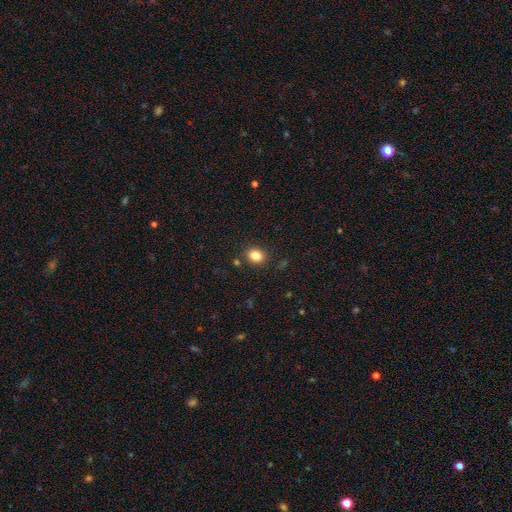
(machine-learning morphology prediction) type=smooth (83%); roundness=in between (54%); merging=none (86%).